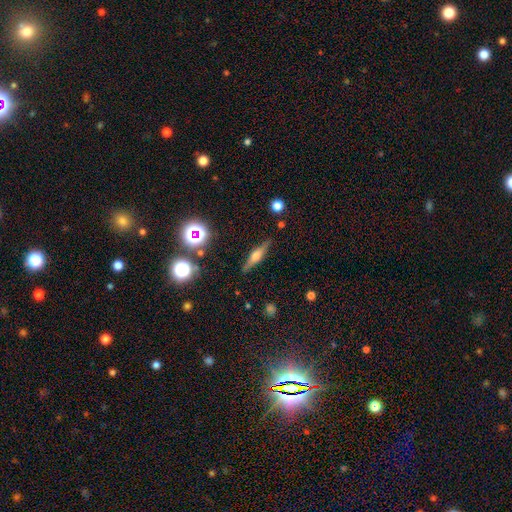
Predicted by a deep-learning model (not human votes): This is likely a featured or disk galaxy (65%). It is clearly viewed edge-on (96%). Edge-on bulge: clearly rounded (84%). Merging: clearly none (87%).